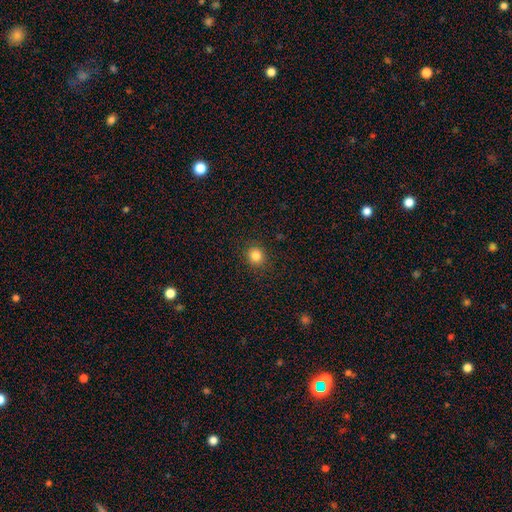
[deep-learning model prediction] Q: Smooth or featured?
A: smooth (83%); runner-up: star or artifact (12%)
Q: How rounded?
A: round (88%); runner-up: in between (12%)
Q: Merging?
A: none (90%); runner-up: minor disturbance (7%)